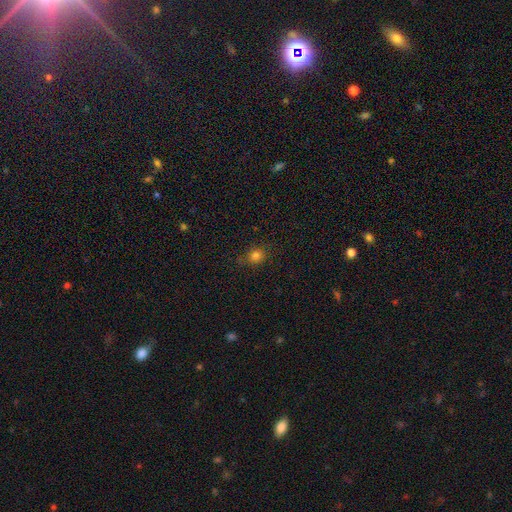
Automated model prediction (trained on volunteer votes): Smooth or featured?
  - smooth: 78% *
  - star or artifact: 16%
  - featured or disk: 6%
How rounded?
  - round: 80% *
  - in between: 19%
  - cigar-shaped: 1%
Merging?
  - none: 82% *
  - minor disturbance: 12%
  - major disturbance: 3%
  - merger: 2%